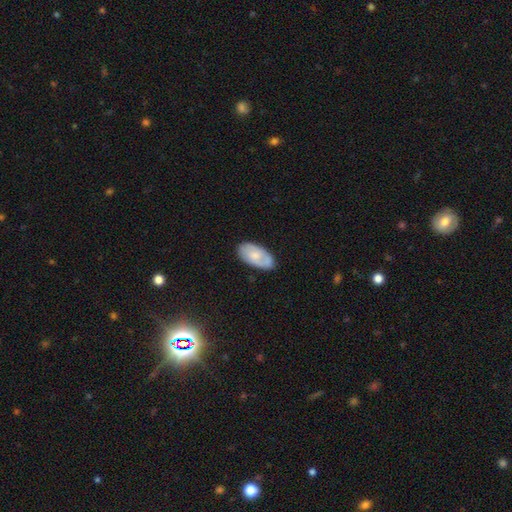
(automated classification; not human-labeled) A smooth galaxy with no disk features (58%) that is in between round and cigar-shaped (94%).

Vote fractions:
- Smooth or featured? smooth: 58% / featured or disk: 36% / star or artifact: 6%
- How rounded? in between: 94% / cigar-shaped: 3% / round: 3%
- Merging? none: 75% / minor disturbance: 19% / major disturbance: 4% / merger: 2%